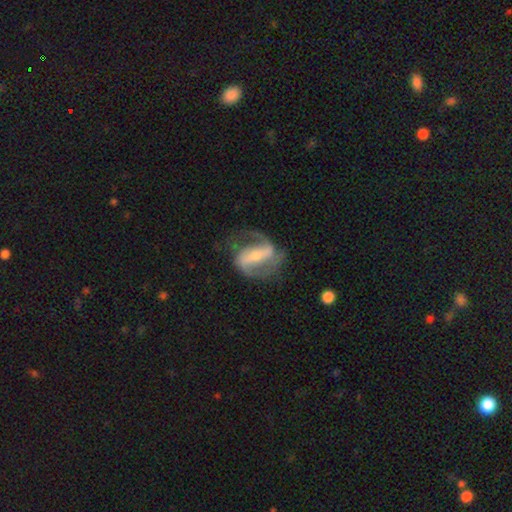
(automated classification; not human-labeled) Morphology: type=featured or disk (86%); edge-on=no (96%); bar=strong (65%); spiral arms=yes (92%); winding=medium (50%); arm count=2 (88%); bulge=small (53%); merging=none (65%).